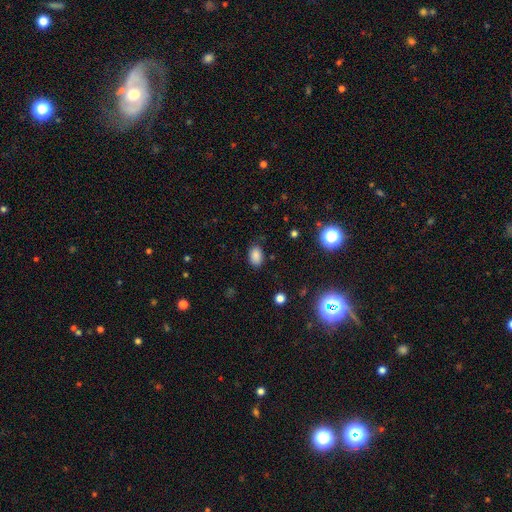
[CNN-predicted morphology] smooth-or-featured: smooth: 84% | star or artifact: 12% | featured or disk: 4%
  how-rounded: in between: 85% | round: 14% | cigar-shaped: 1%
  merging: none: 82% | minor disturbance: 14% | major disturbance: 3% | merger: 1%